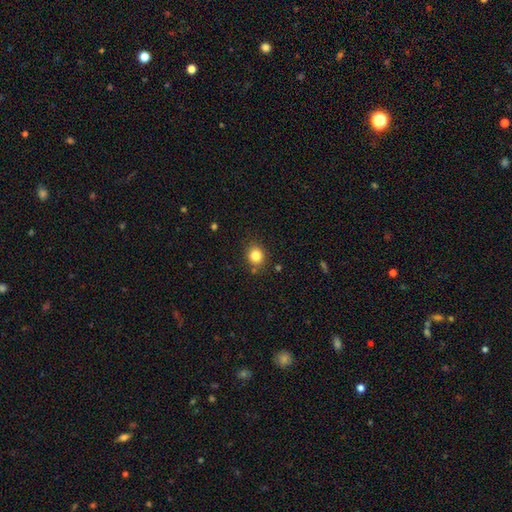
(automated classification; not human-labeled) Q: Smooth or featured?
A: smooth (83%); runner-up: star or artifact (11%)
Q: How rounded?
A: round (79%); runner-up: in between (21%)
Q: Merging?
A: none (85%); runner-up: minor disturbance (10%)